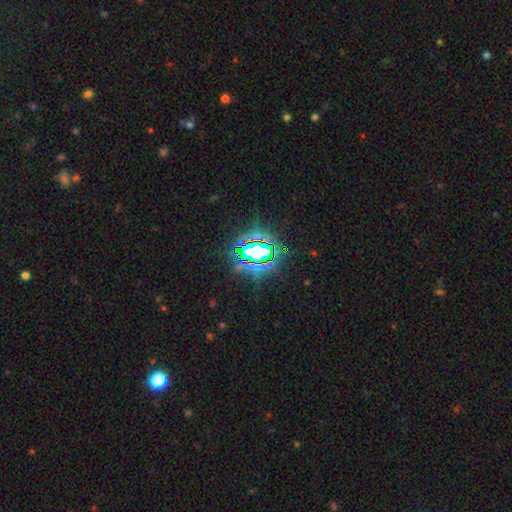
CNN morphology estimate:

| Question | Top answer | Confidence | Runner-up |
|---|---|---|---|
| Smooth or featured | star or artifact | 77% | smooth (13%) |